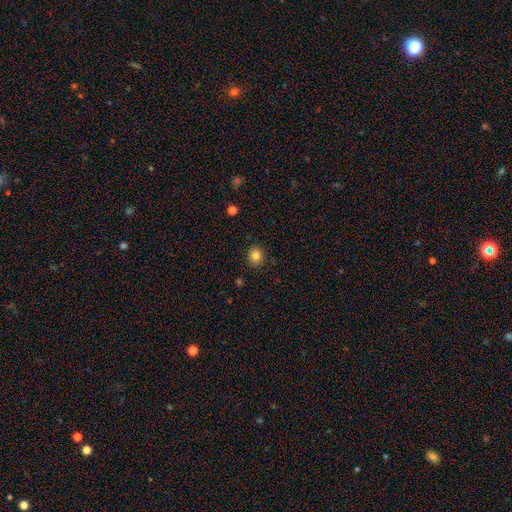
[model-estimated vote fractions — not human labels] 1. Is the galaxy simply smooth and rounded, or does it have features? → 83% smooth, 11% star or artifact, 6% featured or disk.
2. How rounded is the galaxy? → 79% round, 21% in between, 1% cigar-shaped.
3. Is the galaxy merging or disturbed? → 89% none, 8% minor disturbance, 2% major disturbance, 1% merger.